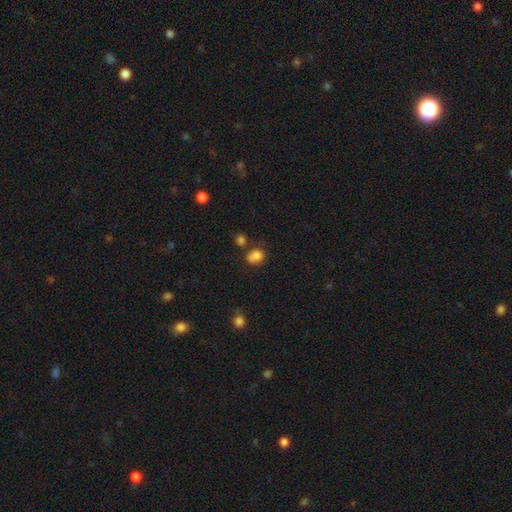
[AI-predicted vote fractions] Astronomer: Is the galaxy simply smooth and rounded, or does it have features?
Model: smooth — 80%.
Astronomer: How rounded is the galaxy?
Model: round — 62% (runner-up: in between, 37%).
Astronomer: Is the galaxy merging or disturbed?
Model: none — 50%.